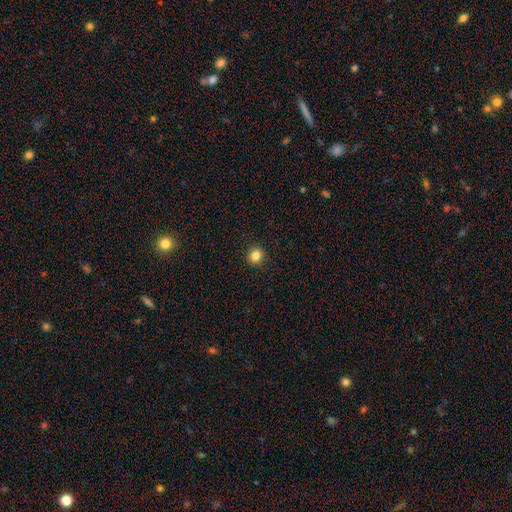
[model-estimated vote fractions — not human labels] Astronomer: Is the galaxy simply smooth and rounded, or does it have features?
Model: smooth — 83%.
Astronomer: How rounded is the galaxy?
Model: round — 90%.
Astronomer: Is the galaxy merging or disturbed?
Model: none — 92%.